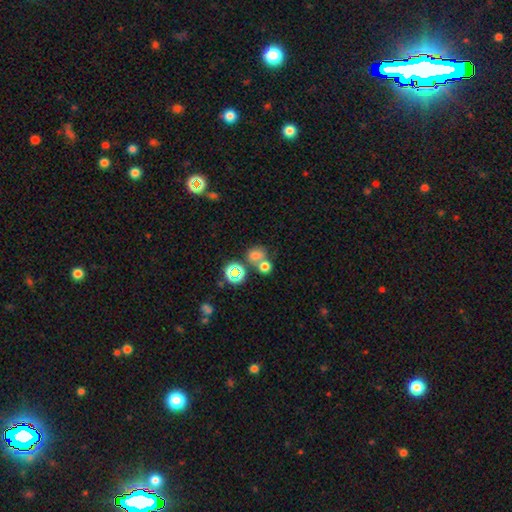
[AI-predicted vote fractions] This is likely a smooth galaxy (67%). How rounded: likely round (62%). Merging: marginally merger (43%).